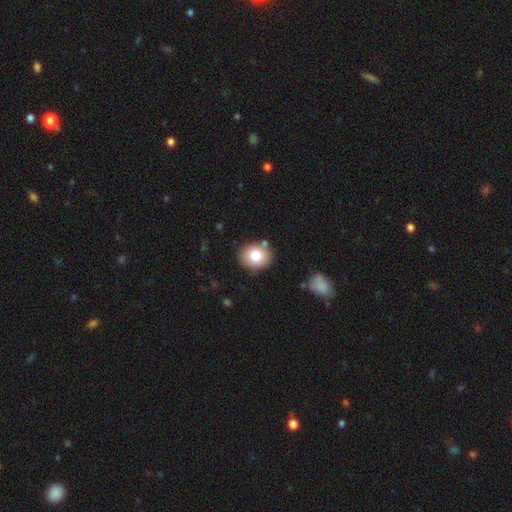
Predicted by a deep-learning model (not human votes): Smooth or featured?
  - smooth: 78% *
  - featured or disk: 13%
  - star or artifact: 10%
How rounded?
  - round: 71% *
  - in between: 28%
  - cigar-shaped: 1%
Merging?
  - none: 83% *
  - minor disturbance: 10%
  - merger: 4%
  - major disturbance: 3%